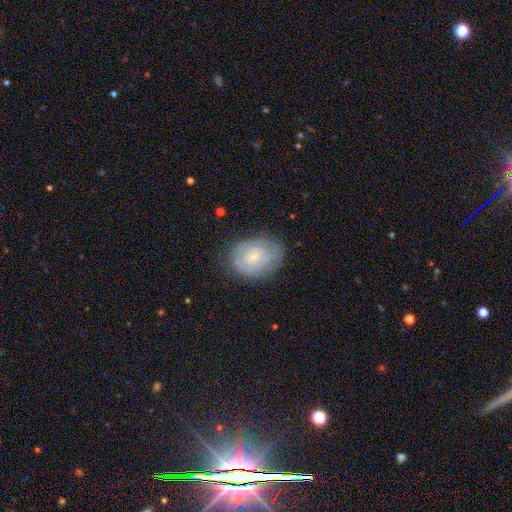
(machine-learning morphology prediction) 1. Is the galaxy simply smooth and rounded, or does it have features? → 48% featured or disk, 32% smooth, 19% star or artifact.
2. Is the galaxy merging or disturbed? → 79% none, 15% minor disturbance, 5% major disturbance, 1% merger.